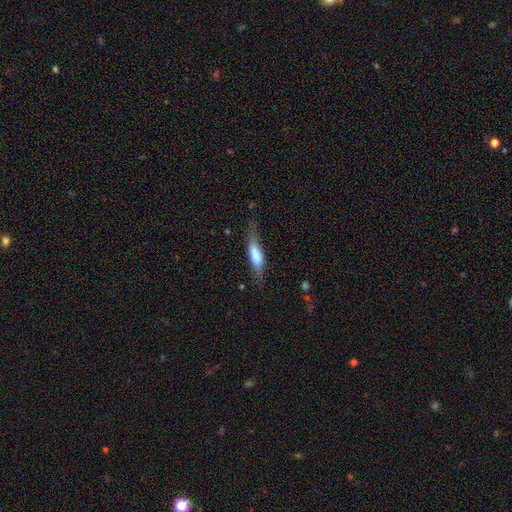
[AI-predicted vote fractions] The model was most divided on "smooth or featured": smooth: 63%, featured or disk: 30%, star or artifact: 6%. More confident: how rounded — cigar-shaped (68%); merging — none (64%).